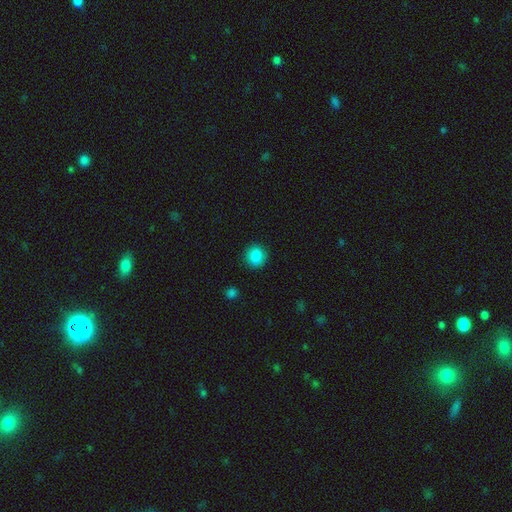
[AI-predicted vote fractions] Smooth or featured: smooth — 86% (star or artifact — 10%)
How rounded: round — 86% (in between — 13%)
Merging: none — 90% (minor disturbance — 7%)